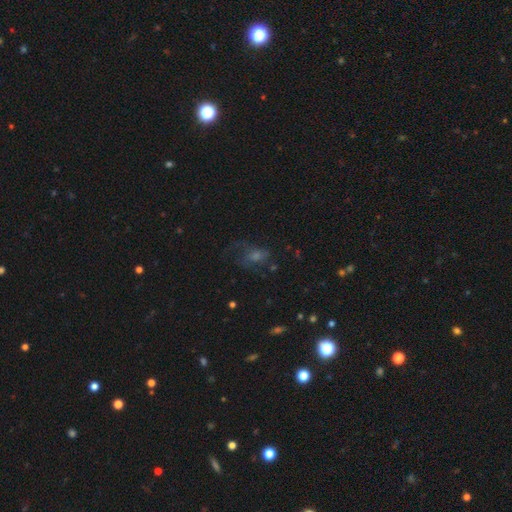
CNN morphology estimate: smooth-or-featured: smooth: 34% (tied) | featured or disk: 34% (tied) | star or artifact: 33%
  merging: none: 54% | major disturbance: 24% | minor disturbance: 20% | merger: 2%